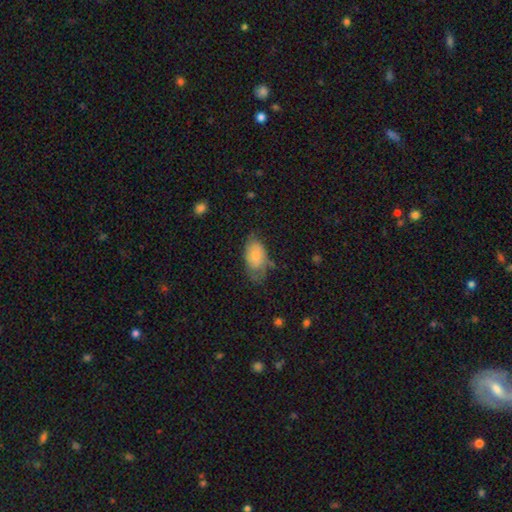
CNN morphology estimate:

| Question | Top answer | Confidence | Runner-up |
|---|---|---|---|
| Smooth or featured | smooth | 70% | featured or disk (24%) |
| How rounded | in between | 92% | round (7%) |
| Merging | none | 44% | minor disturbance (36%) |